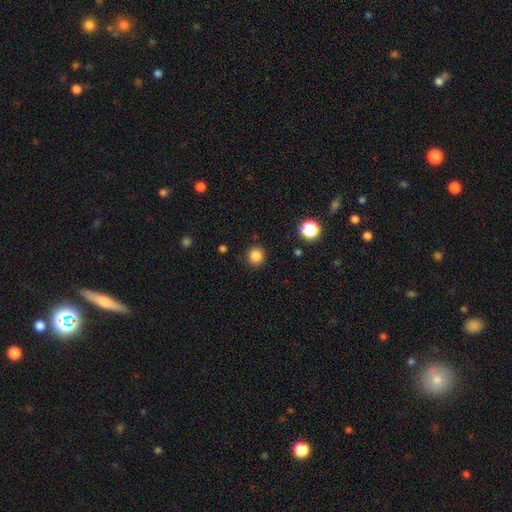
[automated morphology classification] type=smooth (84%); roundness=round (93%); merging=none (90%).